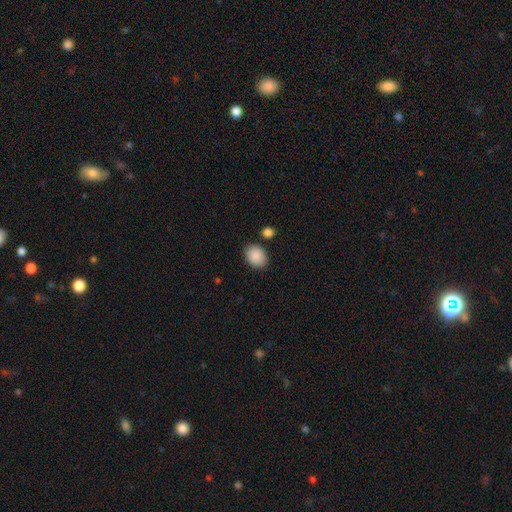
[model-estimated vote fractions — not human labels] Overall: smooth (90%). How rounded: in between (71%). Merging: none (81%).